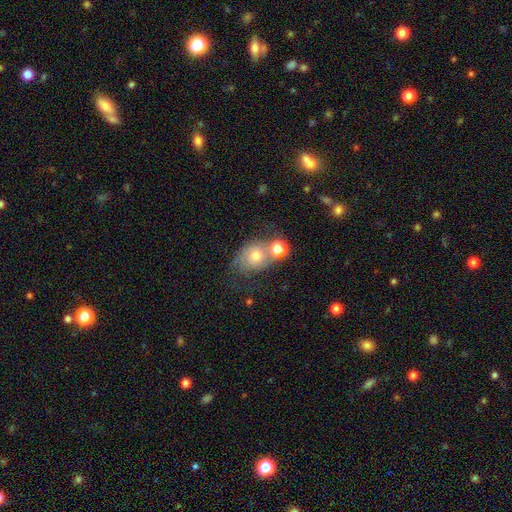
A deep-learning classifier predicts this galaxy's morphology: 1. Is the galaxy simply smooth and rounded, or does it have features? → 56% smooth, 32% featured or disk, 12% star or artifact.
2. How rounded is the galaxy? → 56% round, 43% in between, 1% cigar-shaped.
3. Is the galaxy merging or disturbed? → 38% merger, 34% none, 17% minor disturbance, 12% major disturbance.